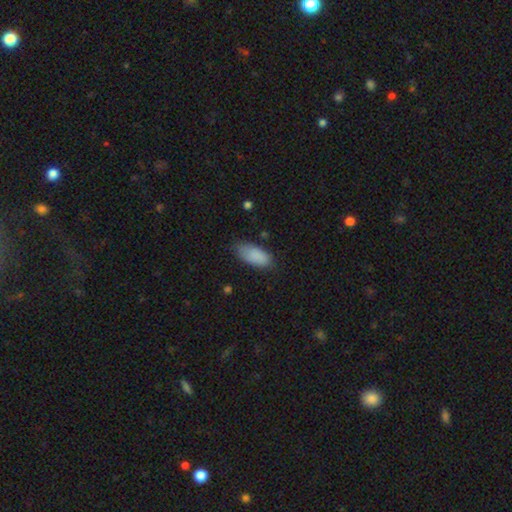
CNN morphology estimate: A smooth galaxy with no disk features (87%) that is in between round and cigar-shaped (90%).

Vote fractions:
- Smooth or featured? smooth: 87% / star or artifact: 6% / featured or disk: 6%
- How rounded? in between: 90% / cigar-shaped: 8% / round: 2%
- Merging? none: 70% / minor disturbance: 23% / major disturbance: 5% / merger: 2%